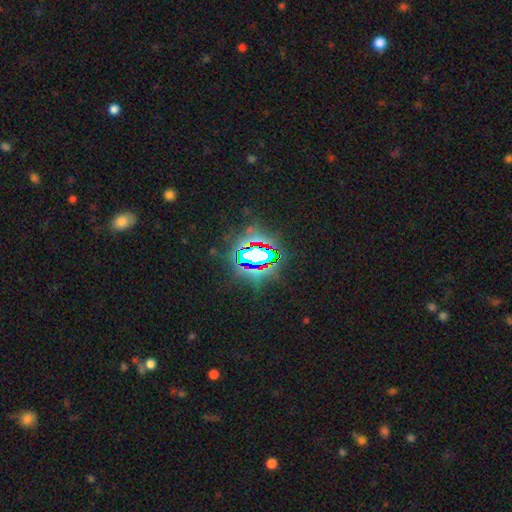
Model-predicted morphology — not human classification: smooth_or_featured: star or artifact (p=0.73) [alt: smooth p=0.15]